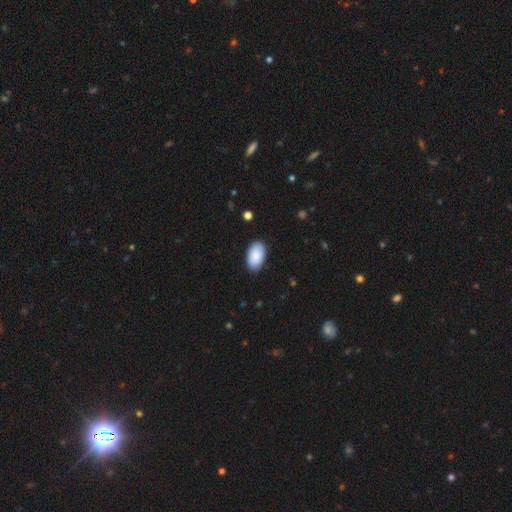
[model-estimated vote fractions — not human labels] smooth_or_featured: smooth (p=0.90) [alt: star or artifact p=0.06]
how_rounded: in between (p=0.96) [alt: round p=0.03]
merging: none (p=0.86) [alt: minor disturbance p=0.11]